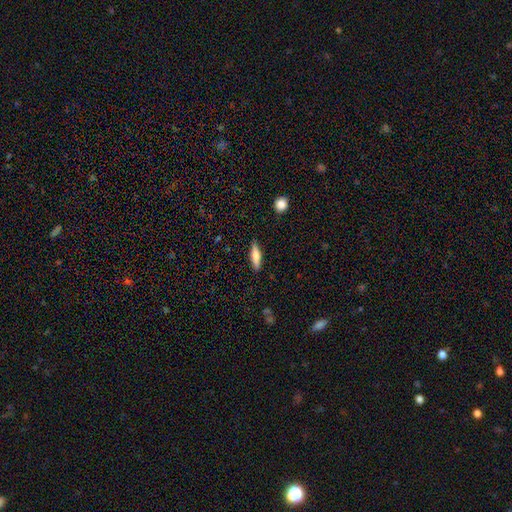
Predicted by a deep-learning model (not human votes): Q: Smooth or featured?
A: smooth (66%); runner-up: featured or disk (28%)
Q: How rounded?
A: cigar-shaped (62%); runner-up: in between (36%)
Q: Merging?
A: none (88%); runner-up: minor disturbance (9%)